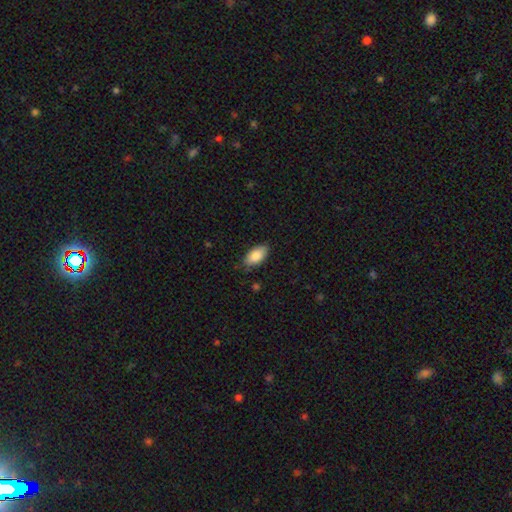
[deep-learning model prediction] Smooth or featured: smooth — 85% (featured or disk — 8%)
How rounded: in between — 93% (cigar-shaped — 4%)
Merging: none — 81% (minor disturbance — 15%)